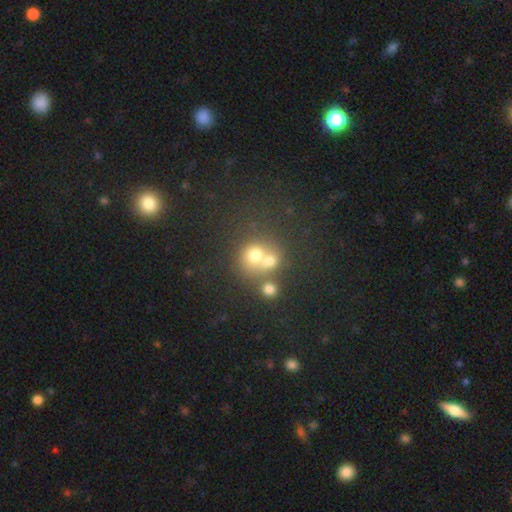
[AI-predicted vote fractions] This appears to be a smooth galaxy with no disk features (66%) that is round (79%). Merging: merger (54%).